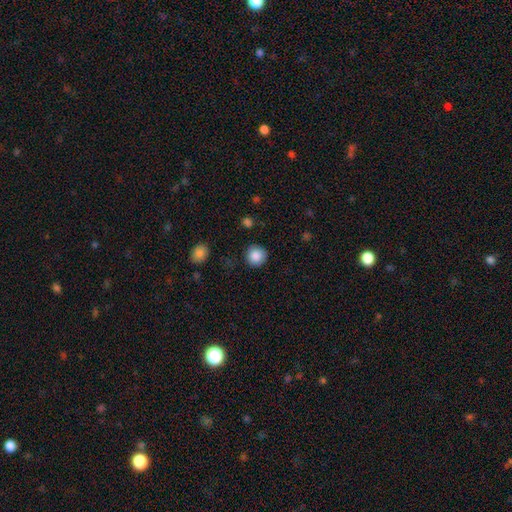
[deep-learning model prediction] Q: Smooth or featured?
A: smooth (87%); runner-up: star or artifact (9%)
Q: How rounded?
A: round (92%); runner-up: in between (7%)
Q: Merging?
A: none (87%); runner-up: minor disturbance (9%)